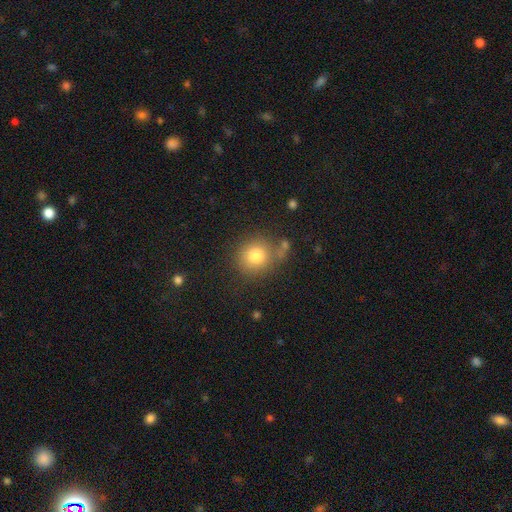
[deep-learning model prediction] Q: Smooth or featured?
A: smooth (80%); runner-up: star or artifact (11%)
Q: How rounded?
A: round (84%); runner-up: in between (15%)
Q: Merging?
A: none (71%); runner-up: minor disturbance (15%)